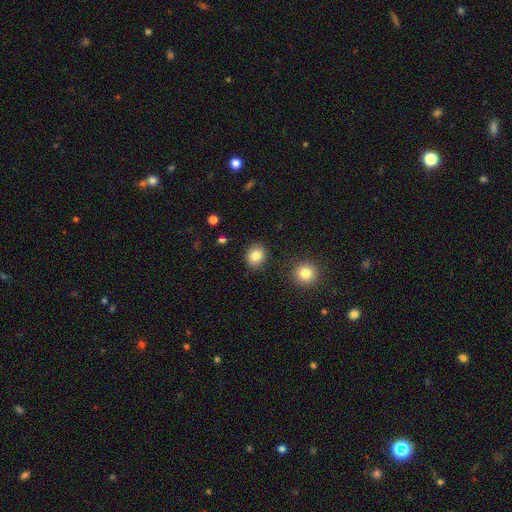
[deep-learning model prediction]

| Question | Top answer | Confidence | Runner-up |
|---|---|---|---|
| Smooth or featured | smooth | 84% | star or artifact (10%) |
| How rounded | round | 75% | in between (24%) |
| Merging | none | 88% | minor disturbance (7%) |